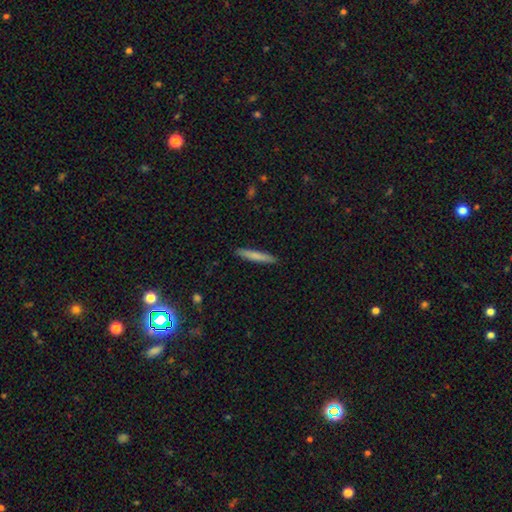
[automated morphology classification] A smooth galaxy with no disk features (78%) that is cigar-shaped (94%).

Vote fractions:
- Smooth or featured? smooth: 78% / featured or disk: 17% / star or artifact: 6%
- How rounded? cigar-shaped: 94% / in between: 4% / round: 1%
- Merging? none: 90% / minor disturbance: 7% / major disturbance: 2% / merger: 1%